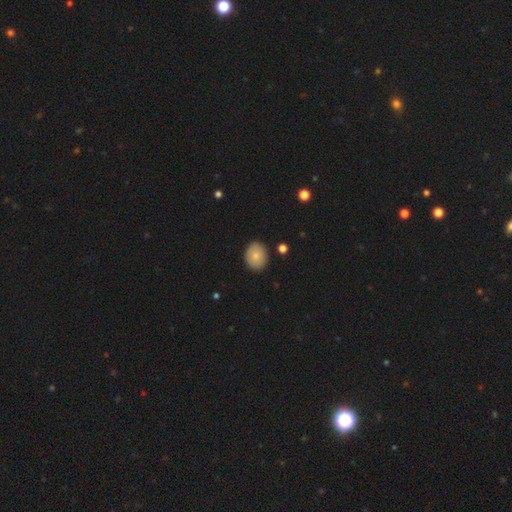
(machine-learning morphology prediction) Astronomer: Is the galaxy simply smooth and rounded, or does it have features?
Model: smooth — 79%.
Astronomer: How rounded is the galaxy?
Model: round — 50% (runner-up: in between, 49%).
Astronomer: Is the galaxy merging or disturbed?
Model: none — 87%.